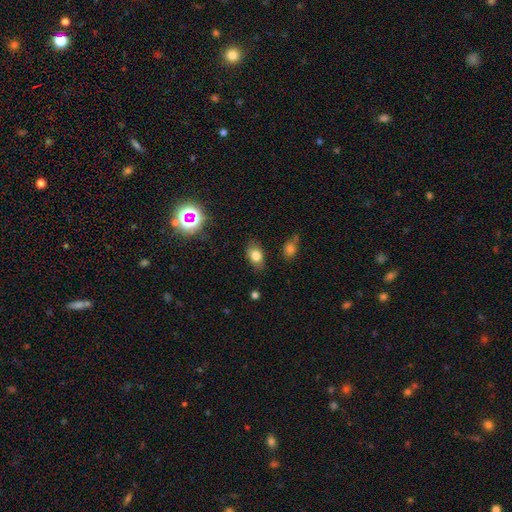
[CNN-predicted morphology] A smooth galaxy with no disk features (78%) that is in between round and cigar-shaped (83%). Merging: none (80%).